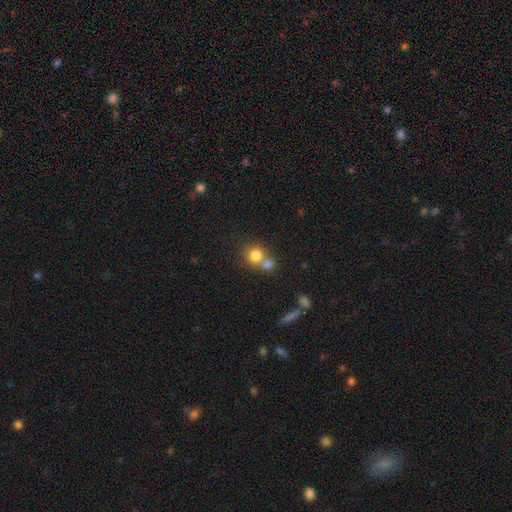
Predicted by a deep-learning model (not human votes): Smooth or featured? smooth (80%)
How rounded? round (85%)
Merging? merger (47%)